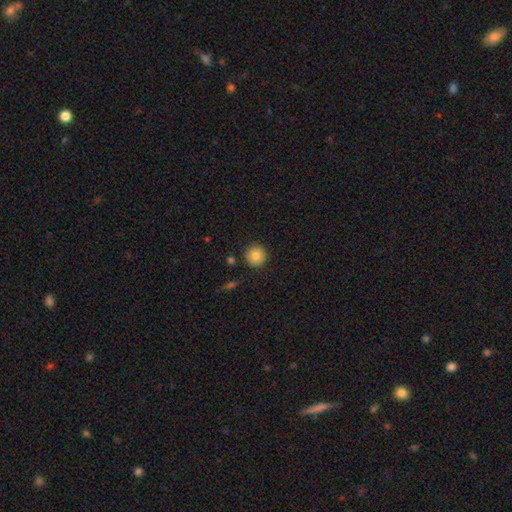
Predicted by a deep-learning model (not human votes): Overall: smooth (84%). How rounded: round (95%). Merging: none (90%).